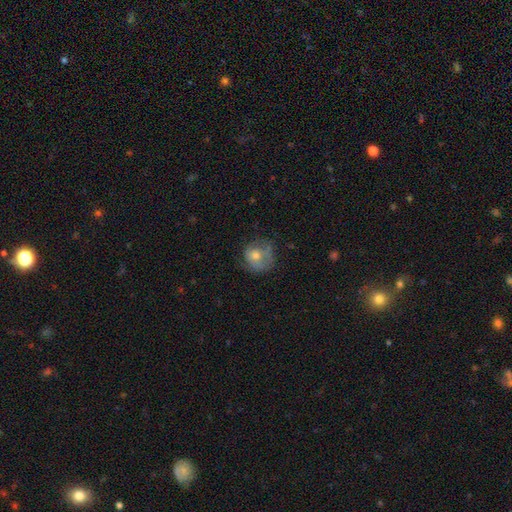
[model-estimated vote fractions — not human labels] Smooth or featured?
  - smooth: 57% *
  - featured or disk: 33%
  - star or artifact: 10%
How rounded?
  - round: 78% *
  - in between: 21%
  - cigar-shaped: 1%
Merging?
  - none: 55% *
  - minor disturbance: 27%
  - major disturbance: 15%
  - merger: 2%